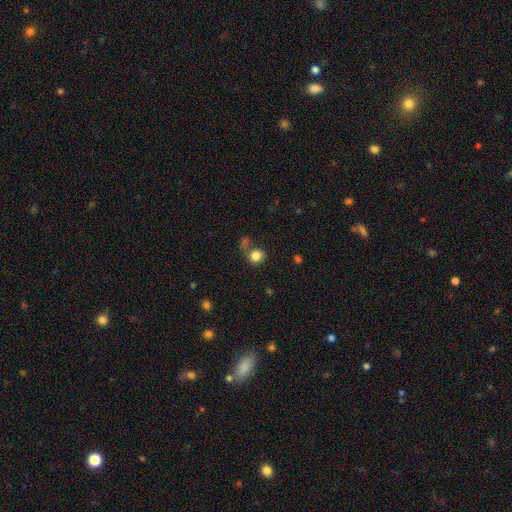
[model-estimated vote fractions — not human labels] smooth-or-featured: smooth: 83% | star or artifact: 10% | featured or disk: 6%
  how-rounded: round: 85% | in between: 14% | cigar-shaped: 1%
  merging: none: 59% | merger: 21% | minor disturbance: 12% | major disturbance: 7%